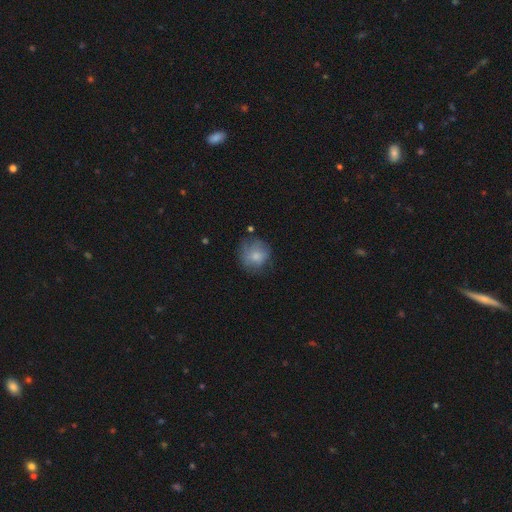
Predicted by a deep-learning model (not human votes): Q: Smooth or featured?
A: smooth (73%); runner-up: featured or disk (18%)
Q: How rounded?
A: round (84%); runner-up: in between (15%)
Q: Merging?
A: none (61%); runner-up: minor disturbance (25%)